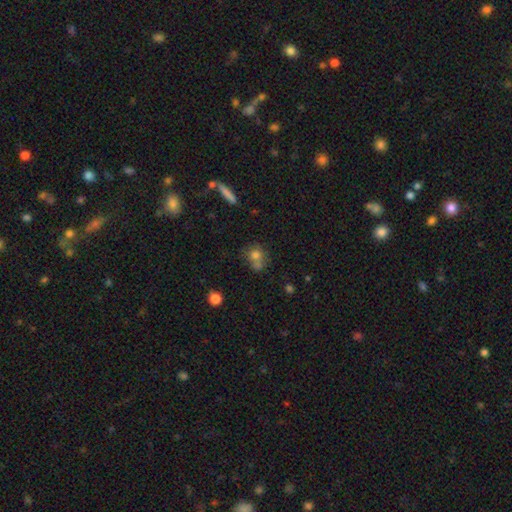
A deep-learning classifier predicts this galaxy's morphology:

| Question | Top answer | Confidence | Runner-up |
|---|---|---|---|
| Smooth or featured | smooth | 72% | featured or disk (15%) |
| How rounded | round | 70% | in between (28%) |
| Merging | none | 44% | merger (36%) |